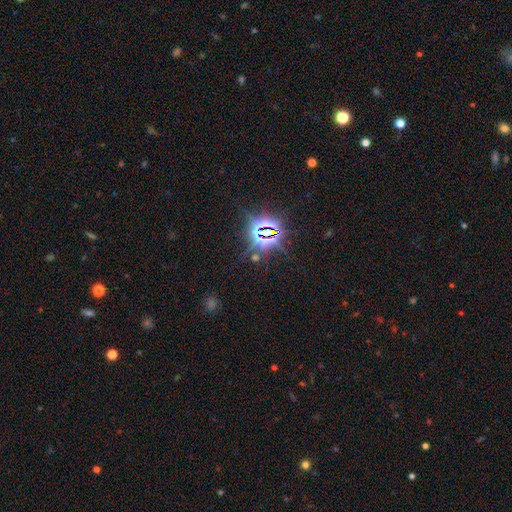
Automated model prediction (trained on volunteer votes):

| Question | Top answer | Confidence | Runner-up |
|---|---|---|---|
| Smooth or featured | star or artifact | 83% | smooth (9%) |